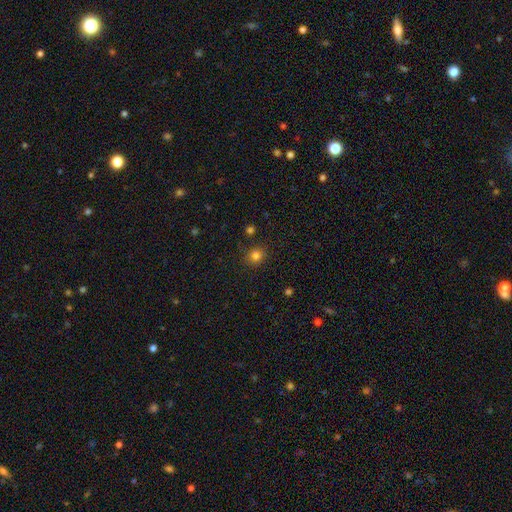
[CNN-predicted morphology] A smooth galaxy with no disk features (81%) that is round (85%).

Vote fractions:
- Smooth or featured? smooth: 81% / star or artifact: 14% / featured or disk: 5%
- How rounded? round: 85% / in between: 14% / cigar-shaped: 1%
- Merging? none: 86% / minor disturbance: 9% / major disturbance: 3% / merger: 2%